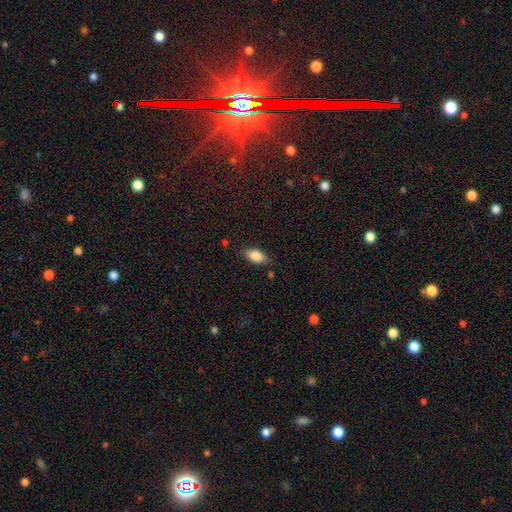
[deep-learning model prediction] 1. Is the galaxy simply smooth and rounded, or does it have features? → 85% smooth, 8% featured or disk, 7% star or artifact.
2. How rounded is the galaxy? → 91% in between, 5% cigar-shaped, 3% round.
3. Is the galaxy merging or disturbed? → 80% none, 15% minor disturbance, 3% major disturbance, 2% merger.